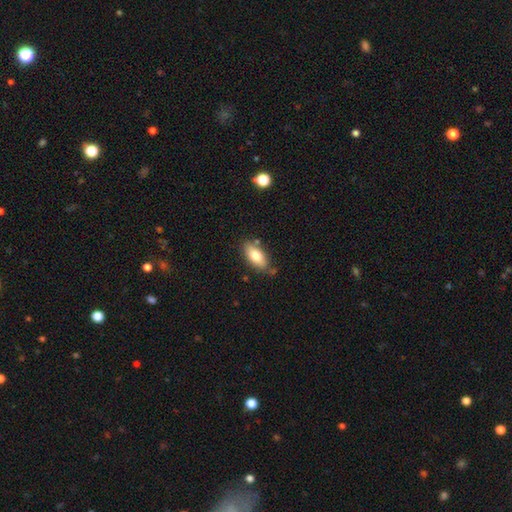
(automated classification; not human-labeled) A smooth galaxy with no disk features (77%) that is in between round and cigar-shaped (86%).

Vote fractions:
- Smooth or featured? smooth: 77% / featured or disk: 17% / star or artifact: 7%
- How rounded? in between: 86% / cigar-shaped: 11% / round: 3%
- Merging? none: 76% / minor disturbance: 16% / merger: 5% / major disturbance: 3%